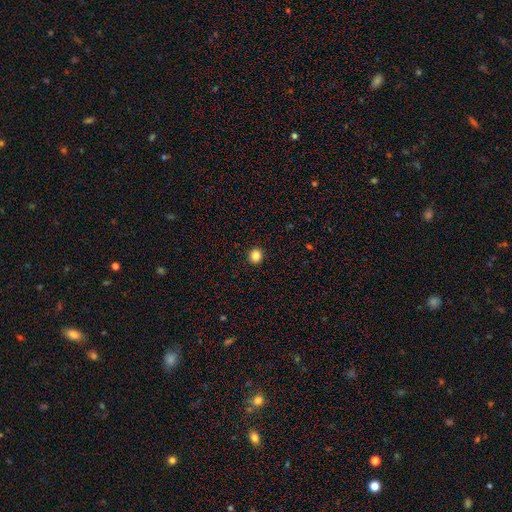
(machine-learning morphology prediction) Smooth or featured? smooth (84%)
How rounded? round (90%)
Merging? none (93%)